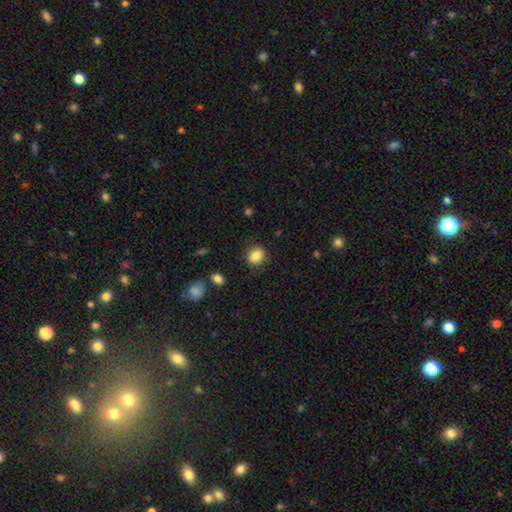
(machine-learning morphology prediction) The model was most divided on "how rounded": round: 53%, in between: 46%, cigar-shaped: 1%. More confident: smooth or featured — smooth (85%); merging — none (82%).